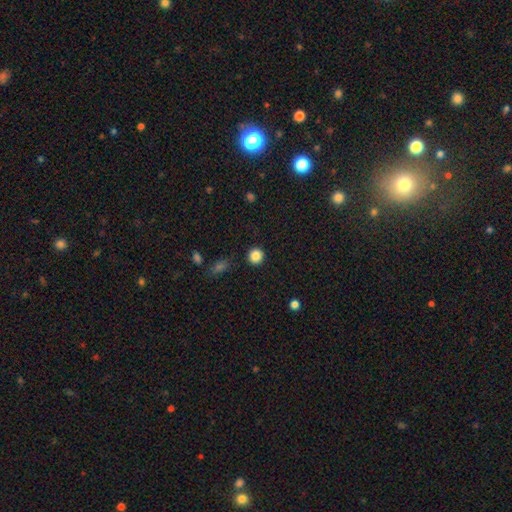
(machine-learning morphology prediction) Smooth or featured?
  - smooth: 86% *
  - star or artifact: 10%
  - featured or disk: 4%
How rounded?
  - round: 93% *
  - in between: 6%
  - cigar-shaped: 1%
Merging?
  - none: 91% *
  - minor disturbance: 5%
  - major disturbance: 2%
  - merger: 1%